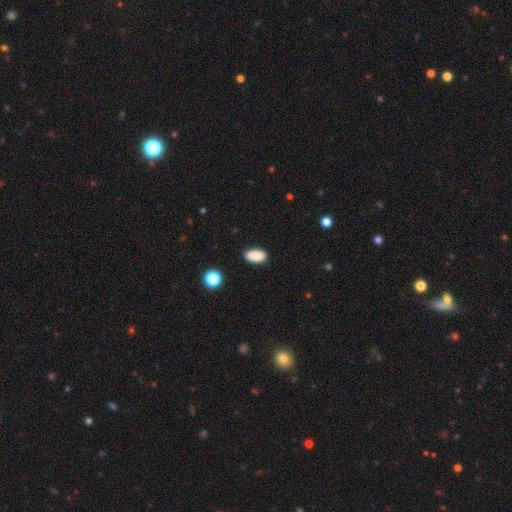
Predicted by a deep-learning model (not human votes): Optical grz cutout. It shows a smooth galaxy with no disk features (87%) that is in between round and cigar-shaped (92%). Merging: none (83%).